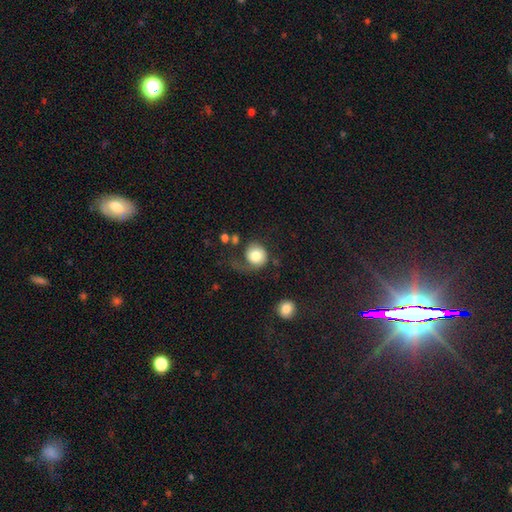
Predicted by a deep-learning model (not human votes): A smooth galaxy with no disk features (73%) that is round (81%).

Vote fractions:
- Smooth or featured? smooth: 73% / featured or disk: 19% / star or artifact: 7%
- How rounded? round: 81% / in between: 18% / cigar-shaped: 1%
- Merging? none: 37% (tied) / major disturbance: 37% (tied) / minor disturbance: 21% / merger: 5%